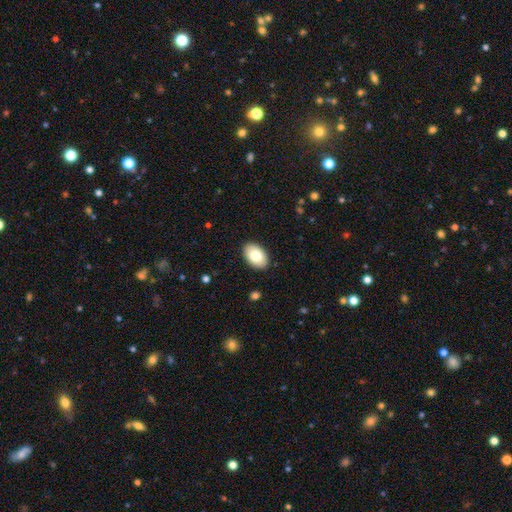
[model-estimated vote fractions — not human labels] This appears to be a smooth galaxy with no disk features (80%) that is in between round and cigar-shaped (92%). Merging: none (90%).